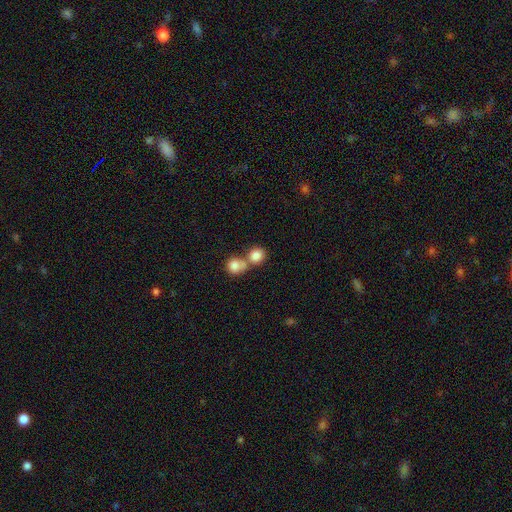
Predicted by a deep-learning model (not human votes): Smooth or featured: smooth — 83% (star or artifact — 9%)
How rounded: round — 82% (in between — 17%)
Merging: merger — 50% (none — 41%)